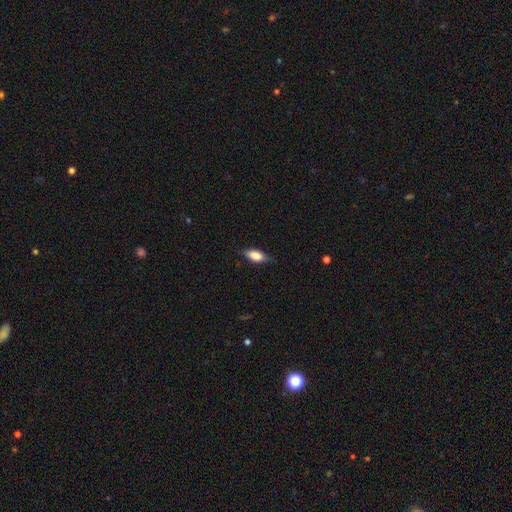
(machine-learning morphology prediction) Overall: smooth (78%). How rounded: in between (82%). Merging: none (78%).